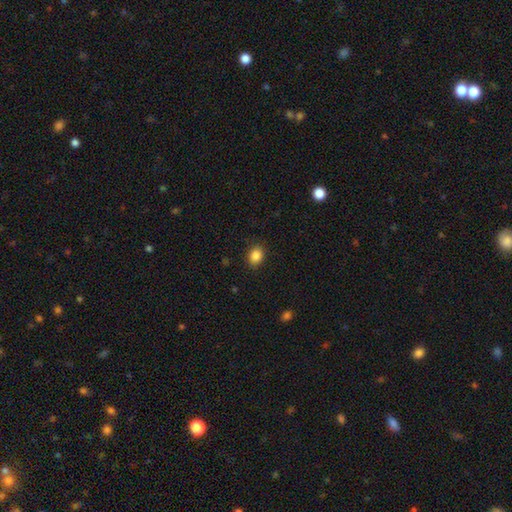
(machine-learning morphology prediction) A smooth galaxy with no disk features (87%) that is in between round and cigar-shaped (54%).

Vote fractions:
- Smooth or featured? smooth: 87% / star or artifact: 9% / featured or disk: 4%
- How rounded? in between: 54% / round: 46% / cigar-shaped: 1%
- Merging? none: 89% / minor disturbance: 8% / major disturbance: 2% / merger: 1%